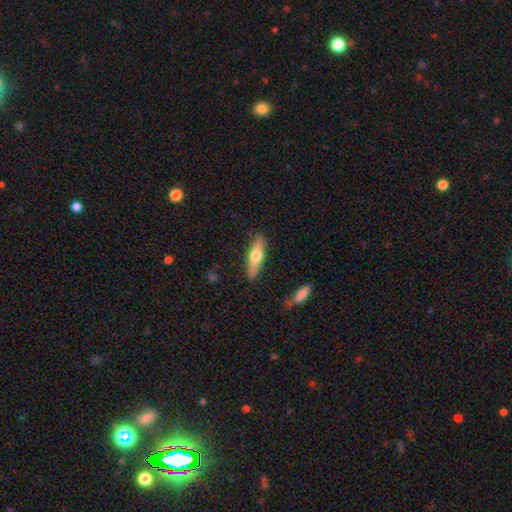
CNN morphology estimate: Smooth or featured? smooth (50%)
Merging? none (85%)